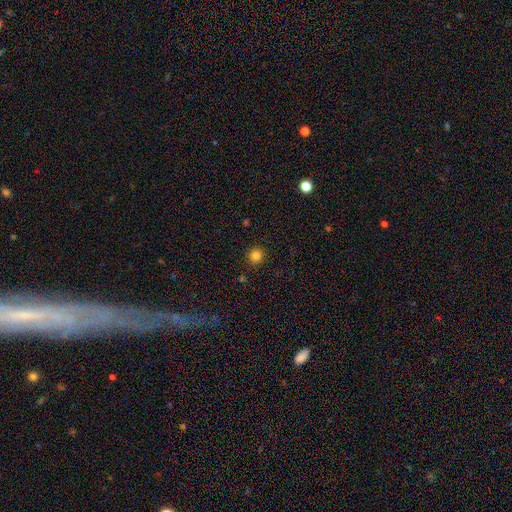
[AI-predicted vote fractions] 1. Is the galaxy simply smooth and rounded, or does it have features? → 83% smooth, 13% star or artifact, 5% featured or disk.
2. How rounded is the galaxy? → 93% round, 6% in between, 1% cigar-shaped.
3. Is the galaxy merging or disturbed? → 91% none, 6% minor disturbance, 2% major disturbance, 1% merger.